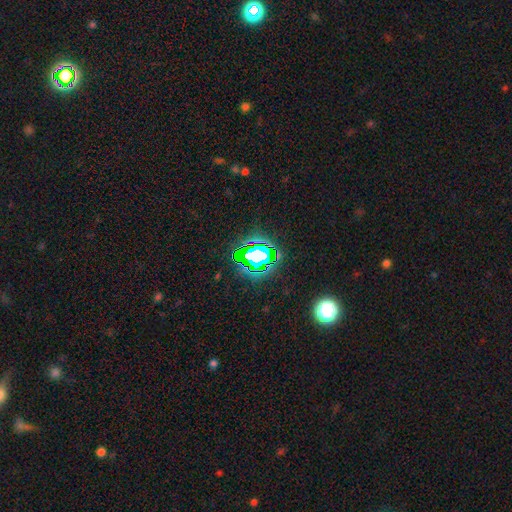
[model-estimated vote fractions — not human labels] Smooth or featured: star or artifact — 64% (smooth — 21%)